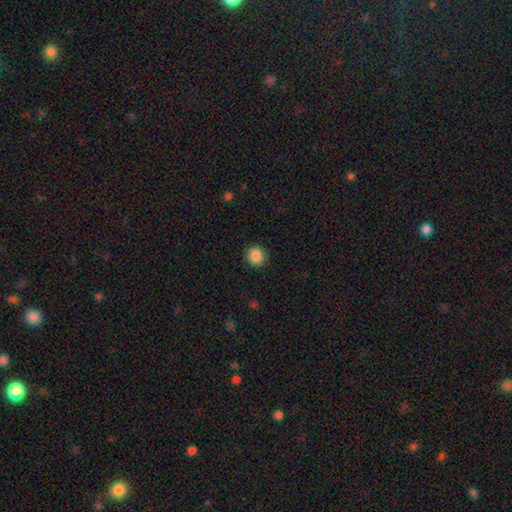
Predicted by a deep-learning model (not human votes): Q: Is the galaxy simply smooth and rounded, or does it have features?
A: smooth — 88%.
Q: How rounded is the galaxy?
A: round — 89%.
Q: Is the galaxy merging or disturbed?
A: none — 90%.